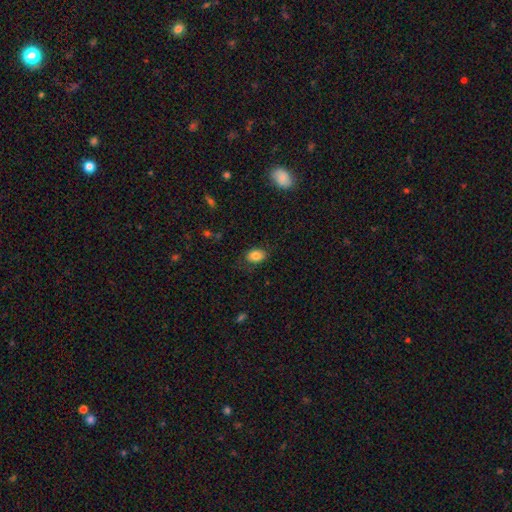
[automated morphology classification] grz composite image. It shows a smooth galaxy with no disk features (83%) that is in between round and cigar-shaped (79%). Merging: none (80%).